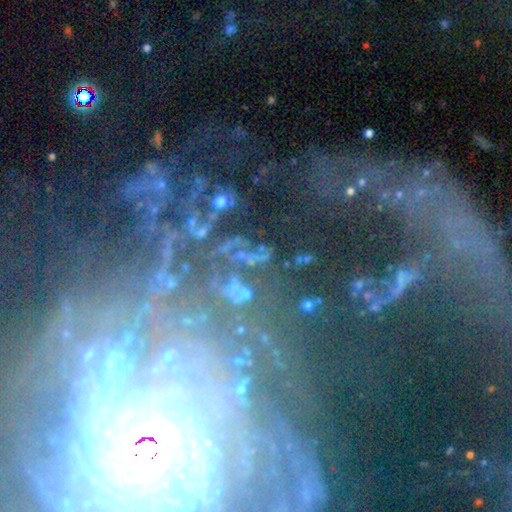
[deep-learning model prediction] Q: Smooth or featured?
A: star or artifact (44%); runner-up: featured or disk (41%)